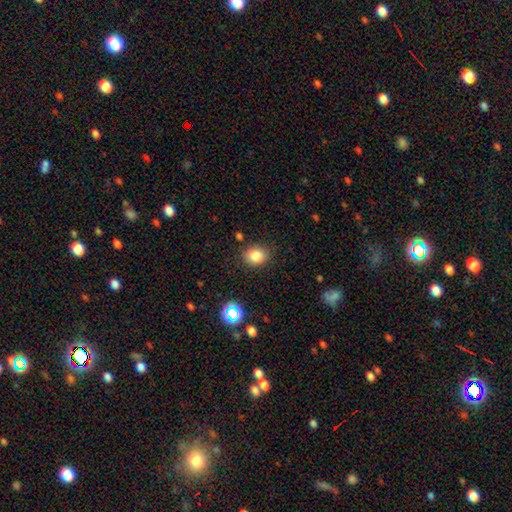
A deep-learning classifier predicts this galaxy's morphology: type=smooth (82%); roundness=round (54%); merging=none (82%).